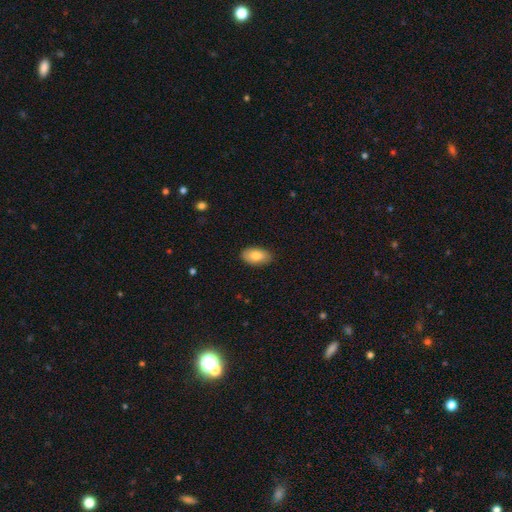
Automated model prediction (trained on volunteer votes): Q: Smooth or featured?
A: smooth (82%); runner-up: featured or disk (11%)
Q: How rounded?
A: in between (94%); runner-up: round (4%)
Q: Merging?
A: none (88%); runner-up: minor disturbance (10%)